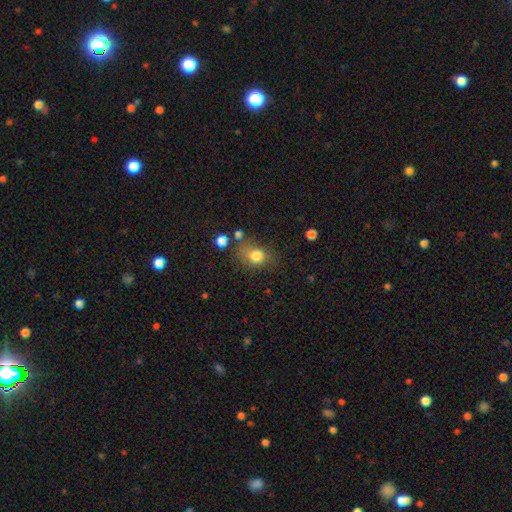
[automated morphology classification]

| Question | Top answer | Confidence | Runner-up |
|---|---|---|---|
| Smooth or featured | smooth | 80% | star or artifact (11%) |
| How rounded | in between | 55% | round (43%) |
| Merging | none | 56% | minor disturbance (24%) |